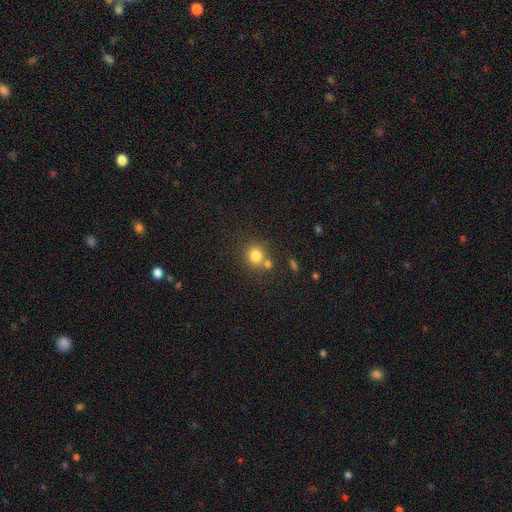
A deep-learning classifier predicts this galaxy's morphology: Smooth or featured? smooth (80%)
How rounded? round (83%)
Merging? none (62%)